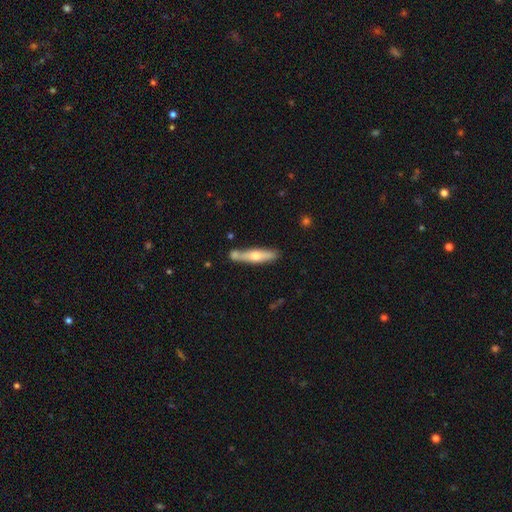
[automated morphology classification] Smooth or featured? smooth (50%)
How rounded? cigar-shaped (84%)
Merging? none (64%)